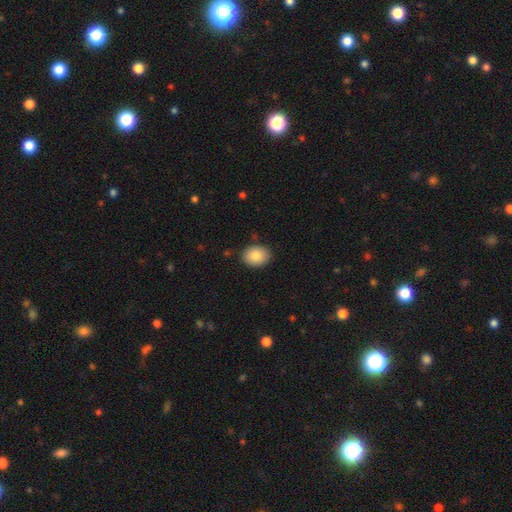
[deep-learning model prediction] Overall: smooth (85%). How rounded: in between (64%; round 35%). Merging: none (86%).